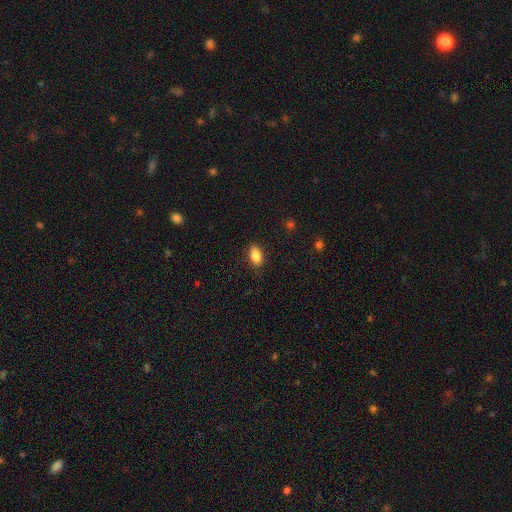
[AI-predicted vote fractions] Smooth or featured?
  - smooth: 85% *
  - star or artifact: 8%
  - featured or disk: 7%
How rounded?
  - in between: 89% *
  - round: 8%
  - cigar-shaped: 3%
Merging?
  - none: 86% *
  - minor disturbance: 10%
  - major disturbance: 2%
  - merger: 1%